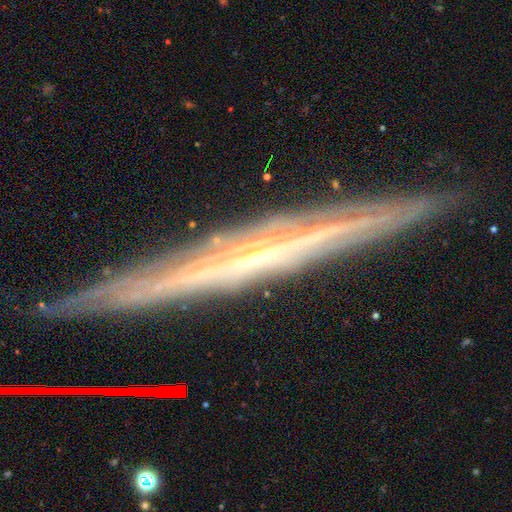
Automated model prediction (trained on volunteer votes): A featured or disk galaxy (79%) viewed edge-on (95%) with no central bulge (50%). Merging: none (88%).